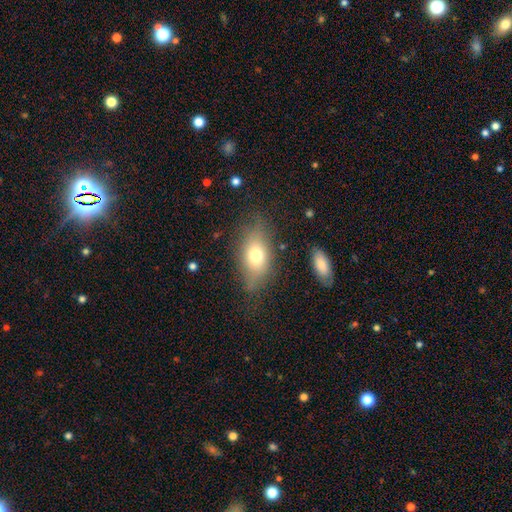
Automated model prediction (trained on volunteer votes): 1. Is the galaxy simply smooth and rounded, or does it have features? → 70% smooth, 20% featured or disk, 10% star or artifact.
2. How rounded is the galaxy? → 83% in between, 11% round, 6% cigar-shaped.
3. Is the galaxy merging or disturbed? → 72% none, 18% minor disturbance, 7% major disturbance, 3% merger.